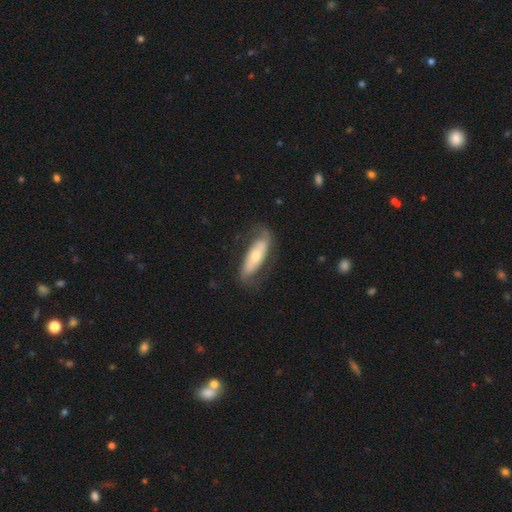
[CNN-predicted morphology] Smooth or featured? featured or disk (49%)
Merging? none (69%)